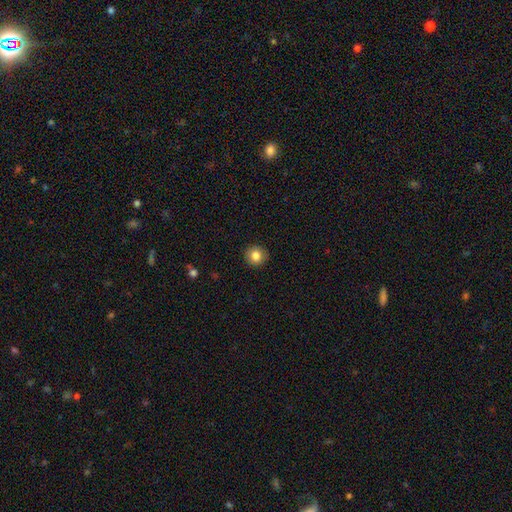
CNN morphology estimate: smooth 84%, star or artifact 9%, featured or disk 7%. Down the decision tree: how rounded — round (91%); merging — none (92%).